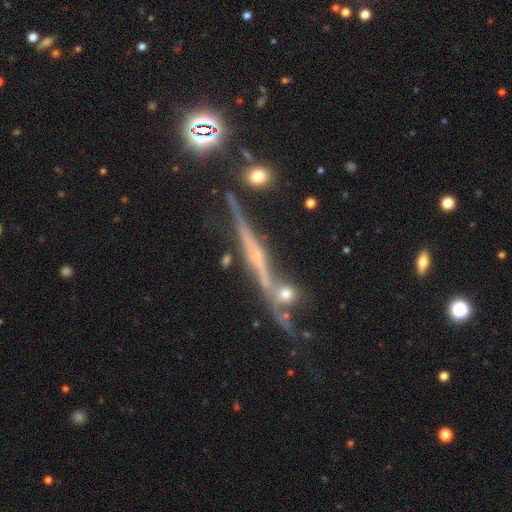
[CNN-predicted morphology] The model was most divided on "edge-on bulge": rounded: 47%, none: 38%, boxy: 15%. More confident: edge-on disk — yes (96%); smooth or featured — featured or disk (75%); merging — none (67%).